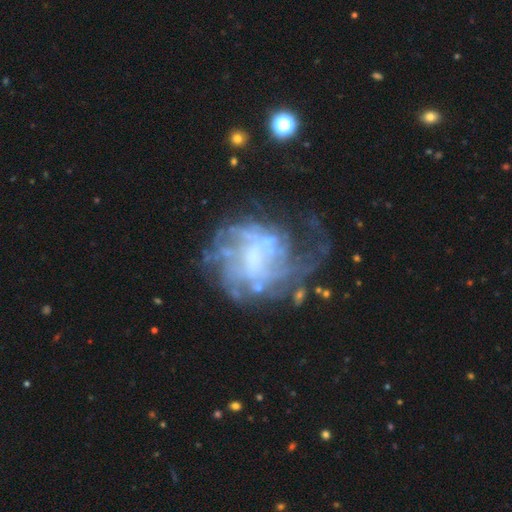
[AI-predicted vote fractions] Overall: featured or disk (75%). Edge-on disk: no (98%). Bar: no (60%; weak 30%). Spiral arms: yes (61%; no 39%). Bulge size: none (54%; moderate 19%). Merging: none (43%; major disturbance 34%).